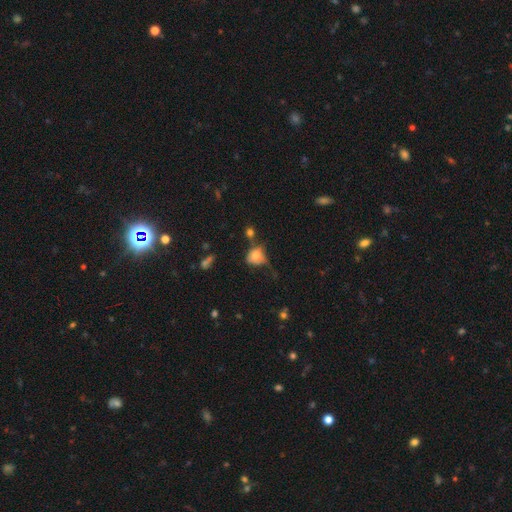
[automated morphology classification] A smooth galaxy with no disk features (70%) that is round (69%). Merging: none (36%).